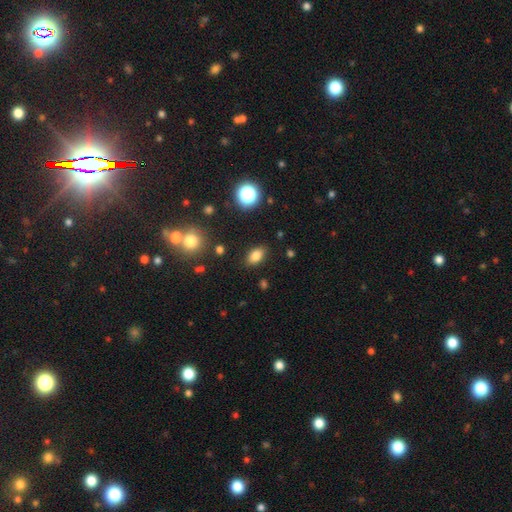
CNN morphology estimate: Smooth or featured? Predicted: smooth (p=0.81). How rounded? Predicted: in between (p=0.86). Merging? Predicted: none (p=0.86).